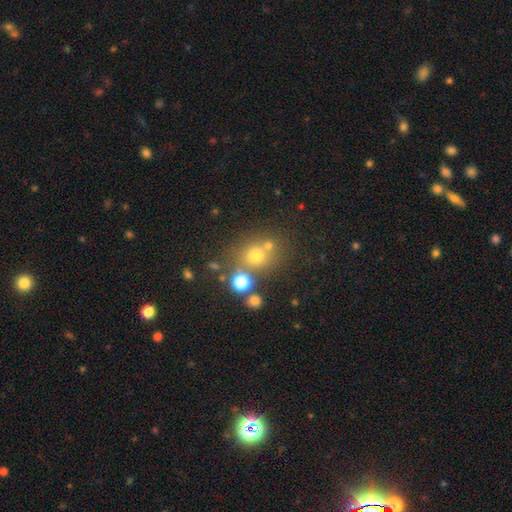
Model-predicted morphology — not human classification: A smooth galaxy with no disk features (66%) that is round (80%). Merging: none (62%).